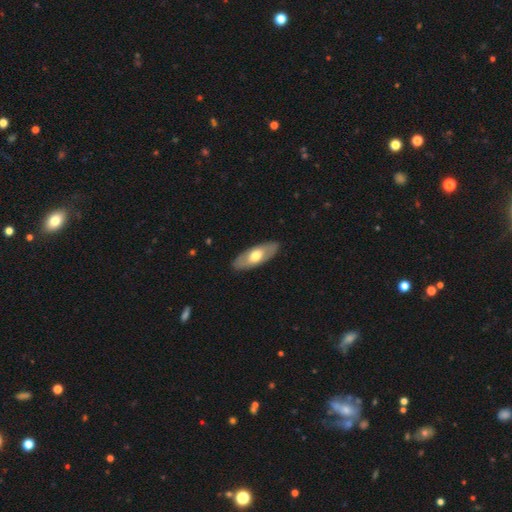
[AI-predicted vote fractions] This appears to be a smooth galaxy with no disk features (50%) that is in between round and cigar-shaped (80%). Merging: none (88%).